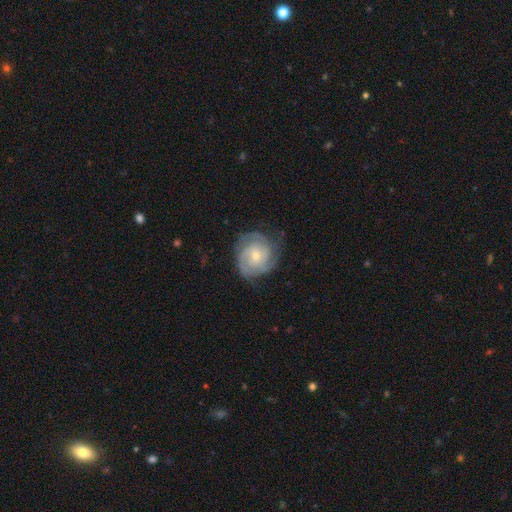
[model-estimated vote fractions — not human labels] featured or disk 79%, smooth 15%, star or artifact 6%. Down the decision tree: edge-on disk — no (98%); bar — no (67%); spiral arms — yes (95%); spiral arm count — 3 (33%); spiral winding — tight (64%); bulge size — small (56%); merging — none (72%).